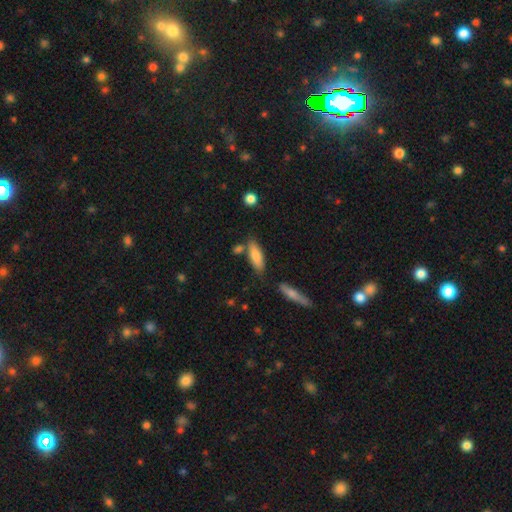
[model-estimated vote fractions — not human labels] The model was most divided on "how rounded": in between: 57%, cigar-shaped: 41%, round: 2%. More confident: smooth or featured — smooth (80%); merging — none (69%).